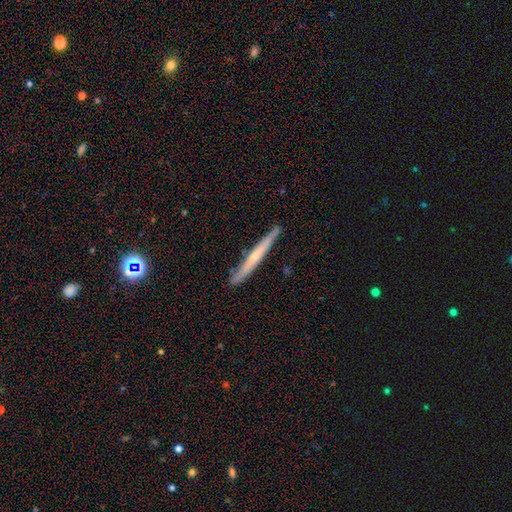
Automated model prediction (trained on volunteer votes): Smooth or featured?
  - featured or disk: 58% *
  - smooth: 36%
  - star or artifact: 6%
Edge-on disk?
  - yes: 95% *
  - no: 5%
Edge-on bulge?
  - none: 52% *
  - rounded: 43%
  - boxy: 5%
Merging?
  - none: 88% *
  - minor disturbance: 9%
  - major disturbance: 1%
  - merger: 1%